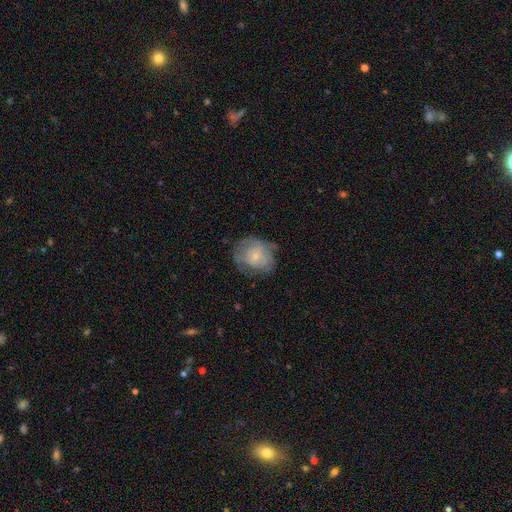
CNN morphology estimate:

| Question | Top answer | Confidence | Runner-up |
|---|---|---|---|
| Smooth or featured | smooth | 47% | featured or disk (45%) |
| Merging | none | 54% | minor disturbance (29%) |